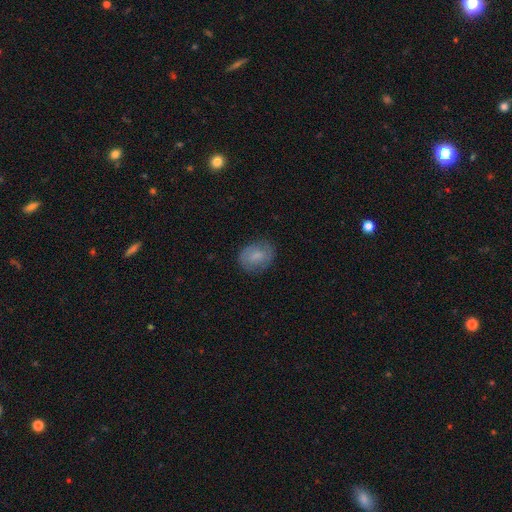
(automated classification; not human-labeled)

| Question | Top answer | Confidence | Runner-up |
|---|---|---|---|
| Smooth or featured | smooth | 73% | featured or disk (19%) |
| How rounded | in between | 56% | round (43%) |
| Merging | none | 77% | minor disturbance (17%) |